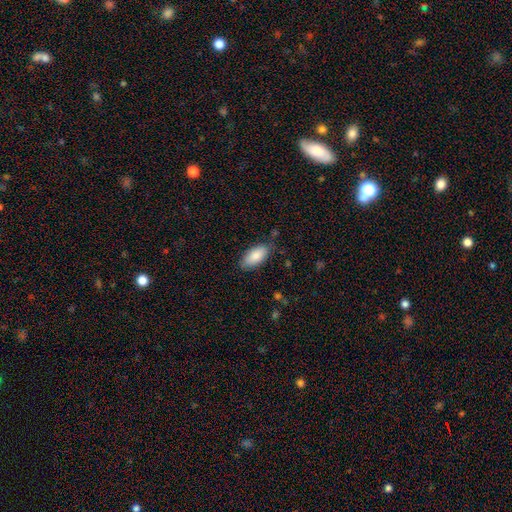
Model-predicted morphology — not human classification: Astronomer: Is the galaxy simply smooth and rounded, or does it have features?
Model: smooth — 85%.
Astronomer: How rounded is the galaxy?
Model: in between — 90%.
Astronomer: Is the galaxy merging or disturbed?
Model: none — 77%.